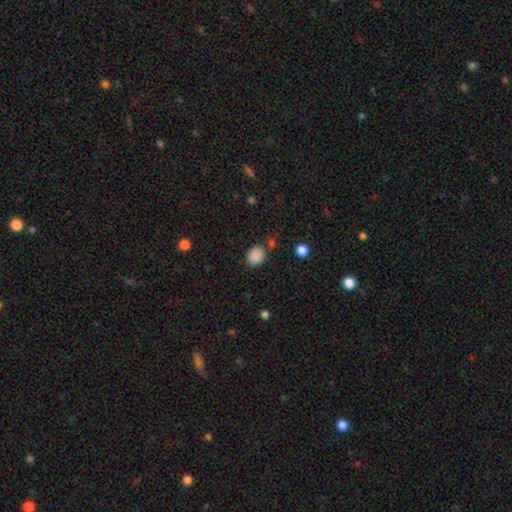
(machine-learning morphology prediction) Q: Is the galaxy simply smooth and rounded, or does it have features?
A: smooth — 87%.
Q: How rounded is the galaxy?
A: round — 63%.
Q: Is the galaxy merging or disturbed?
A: none — 79%.